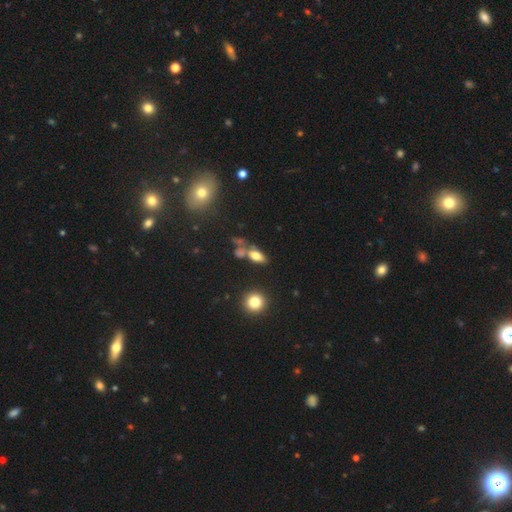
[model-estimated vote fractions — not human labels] Q: Smooth or featured?
A: smooth (70%); runner-up: featured or disk (17%)
Q: How rounded?
A: in between (78%); runner-up: cigar-shaped (11%)
Q: Merging?
A: none (53%); runner-up: merger (25%)